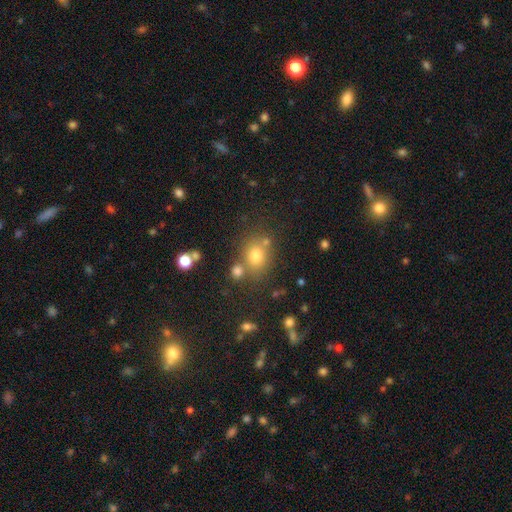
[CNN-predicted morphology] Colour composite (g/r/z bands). It shows a smooth galaxy with no disk features (73%) that is round (62%). Merging: none (68%).